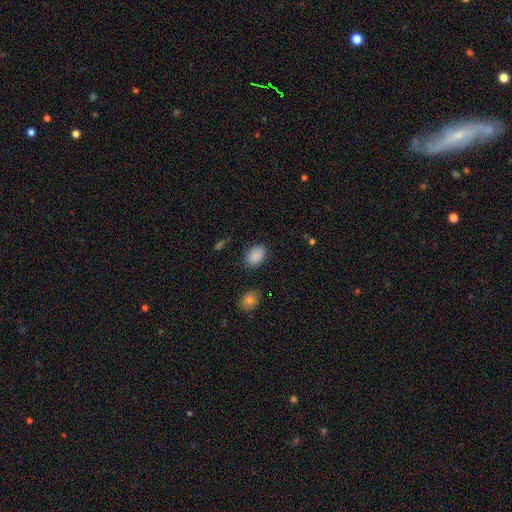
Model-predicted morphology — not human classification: Q: Smooth or featured?
A: smooth (88%); runner-up: star or artifact (8%)
Q: How rounded?
A: in between (86%); runner-up: round (13%)
Q: Merging?
A: none (84%); runner-up: minor disturbance (11%)